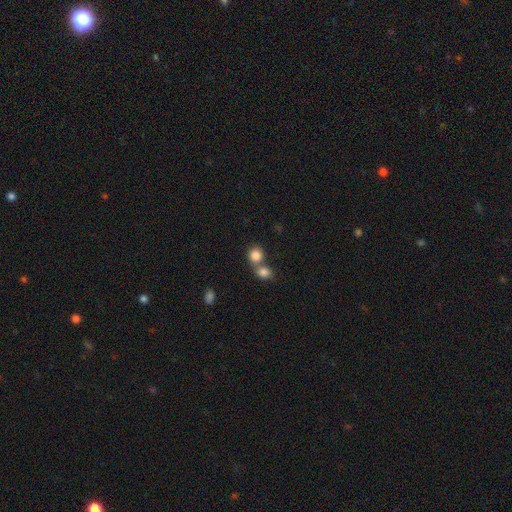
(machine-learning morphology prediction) Overall: smooth (84%). How rounded: round (79%). Merging: merger (48%; none 43%).